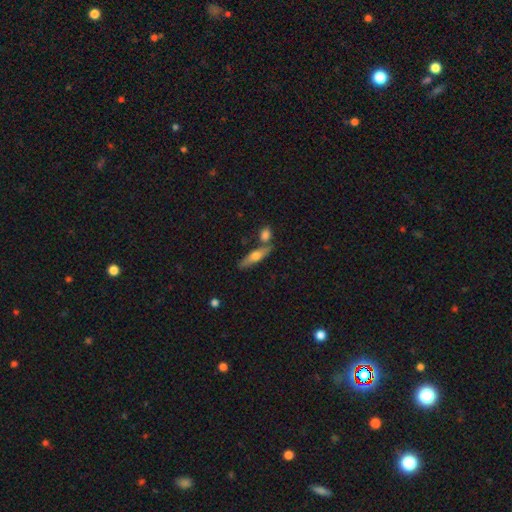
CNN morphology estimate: This appears to be a smooth galaxy with no disk features (55%) that is cigar-shaped (63%). Merging: none (66%).